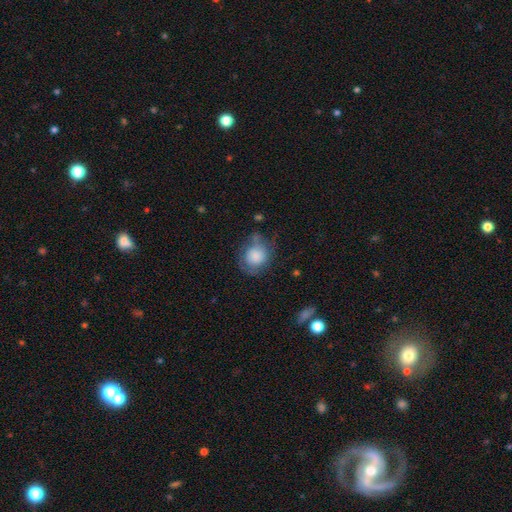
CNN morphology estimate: Smooth or featured? Predicted: smooth (p=0.69). How rounded? Predicted: round (p=0.72). Merging? Predicted: none (p=0.49).